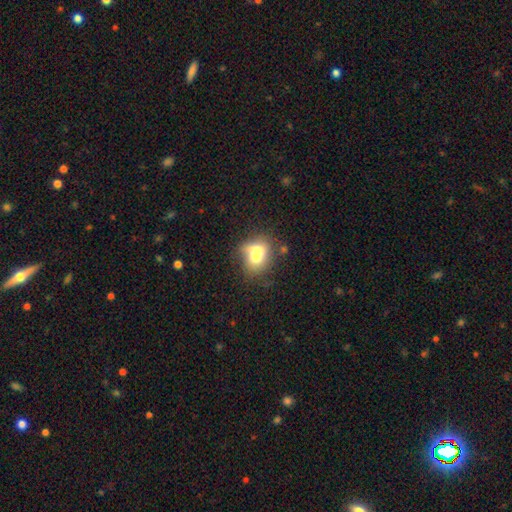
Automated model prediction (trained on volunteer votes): smooth-or-featured: smooth: 64% | featured or disk: 25% | star or artifact: 10%
  how-rounded: round: 53% | in between: 46% | cigar-shaped: 2%
  merging: merger: 48% | none: 29% | minor disturbance: 14% | major disturbance: 9%